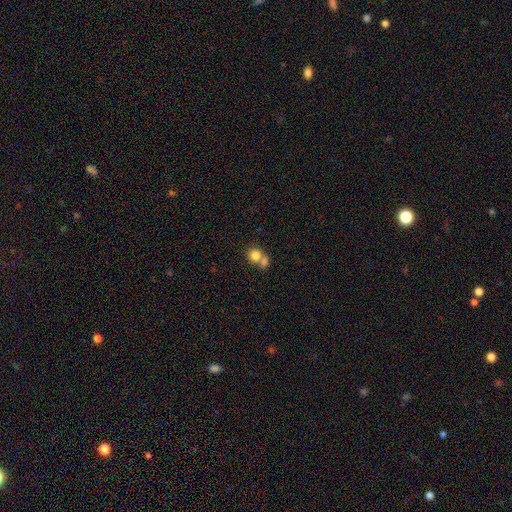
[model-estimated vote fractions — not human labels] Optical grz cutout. It shows a smooth galaxy with no disk features (81%) that is round (80%). Merging: merger (49%).